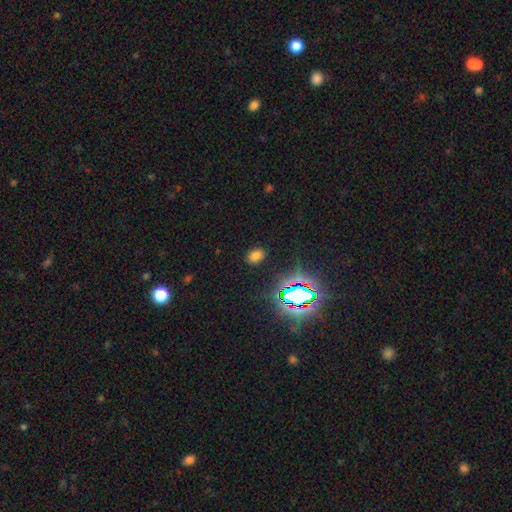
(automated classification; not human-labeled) smooth 67%, star or artifact 27%, featured or disk 6%. Down the decision tree: how rounded — in between (73%); merging — none (86%).